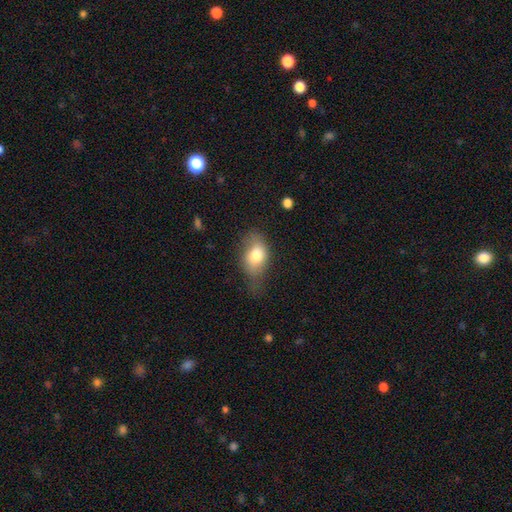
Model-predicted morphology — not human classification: A smooth galaxy with no disk features (74%) that is in between round and cigar-shaped (81%). Merging: none (45%).